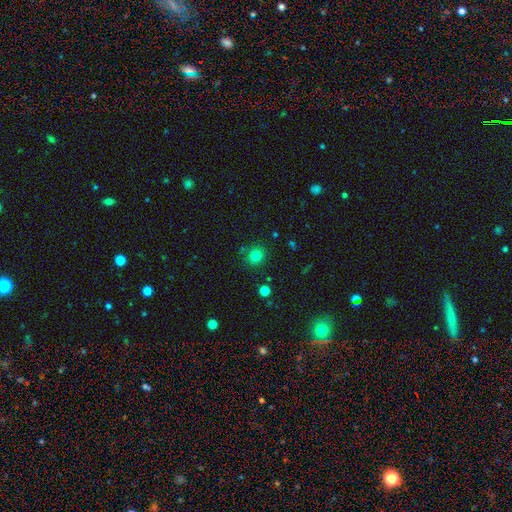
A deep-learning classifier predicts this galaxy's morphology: Q: Smooth or featured?
A: smooth (80%); runner-up: star or artifact (14%)
Q: How rounded?
A: round (87%); runner-up: in between (13%)
Q: Merging?
A: none (84%); runner-up: minor disturbance (9%)